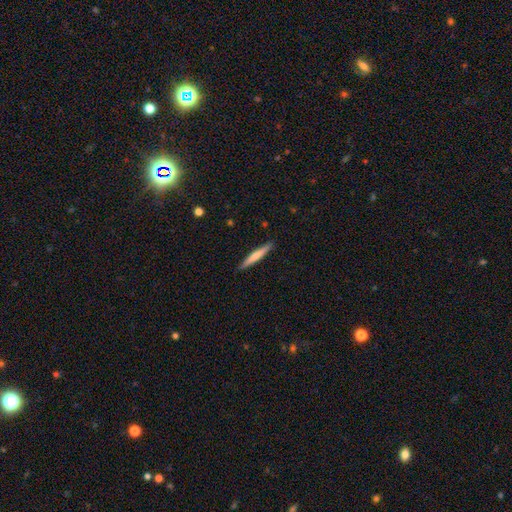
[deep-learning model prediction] smooth-or-featured: smooth: 62% | featured or disk: 33% | star or artifact: 5%
  how-rounded: cigar-shaped: 95% | in between: 4% | round: 1%
  merging: none: 90% | minor disturbance: 8% | major disturbance: 1% | merger: 1%